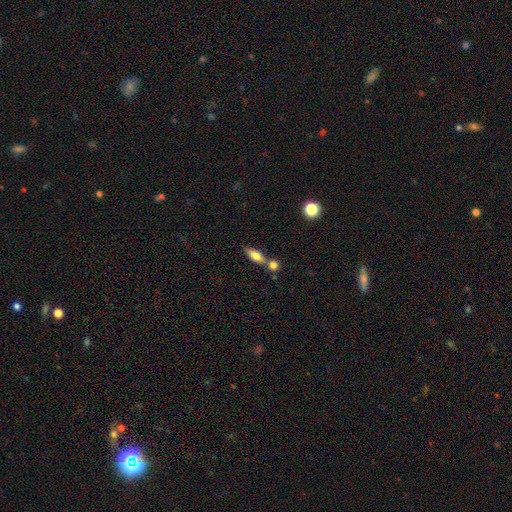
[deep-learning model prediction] This appears to be a smooth galaxy with no disk features (69%) that is in between round and cigar-shaped (65%). Merging: none (47%).